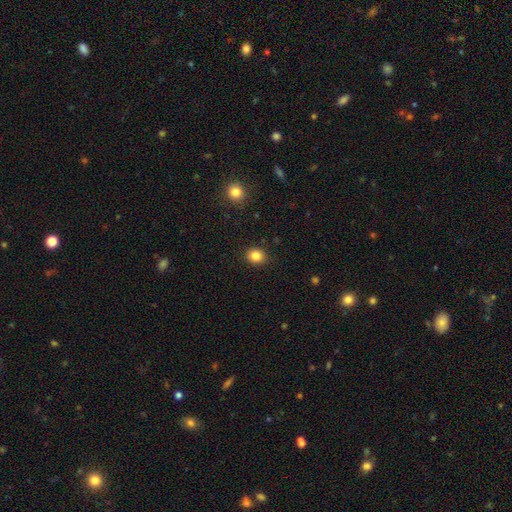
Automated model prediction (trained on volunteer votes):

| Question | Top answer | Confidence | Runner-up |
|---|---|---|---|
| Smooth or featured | smooth | 84% | star or artifact (11%) |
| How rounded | round | 72% | in between (27%) |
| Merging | none | 90% | minor disturbance (7%) |